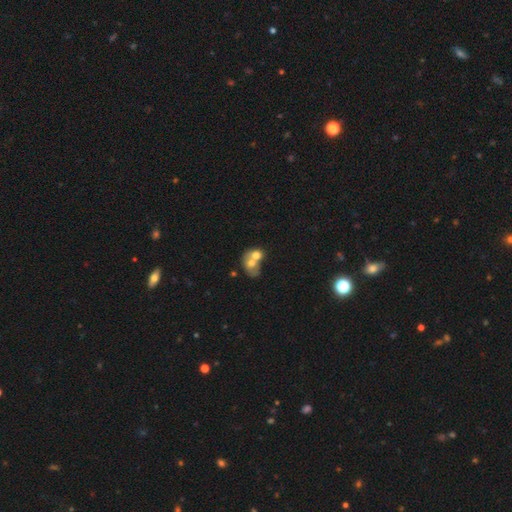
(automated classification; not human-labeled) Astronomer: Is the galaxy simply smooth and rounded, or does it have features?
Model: smooth — 60%.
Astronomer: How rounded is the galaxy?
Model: in between — 53% (runner-up: round, 45%).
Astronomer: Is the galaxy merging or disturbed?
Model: merger — 75%.